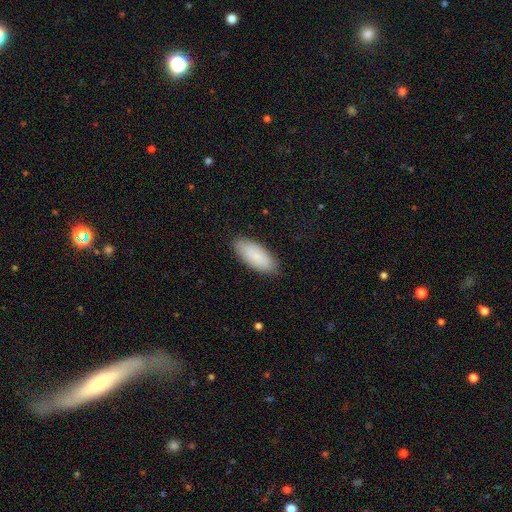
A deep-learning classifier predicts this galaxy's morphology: smooth_or_featured: smooth (p=0.87) [alt: featured or disk p=0.08]
how_rounded: in between (p=0.84) [alt: cigar-shaped p=0.14]
merging: none (p=0.86) [alt: minor disturbance p=0.11]